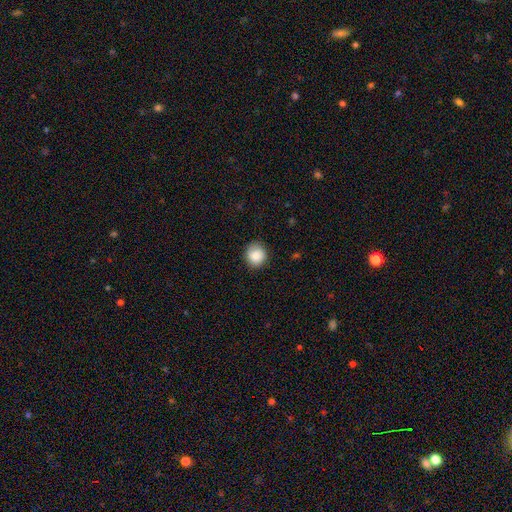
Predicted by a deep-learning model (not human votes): Q: Smooth or featured?
A: smooth (84%); runner-up: star or artifact (8%)
Q: How rounded?
A: round (88%); runner-up: in between (11%)
Q: Merging?
A: none (84%); runner-up: minor disturbance (12%)